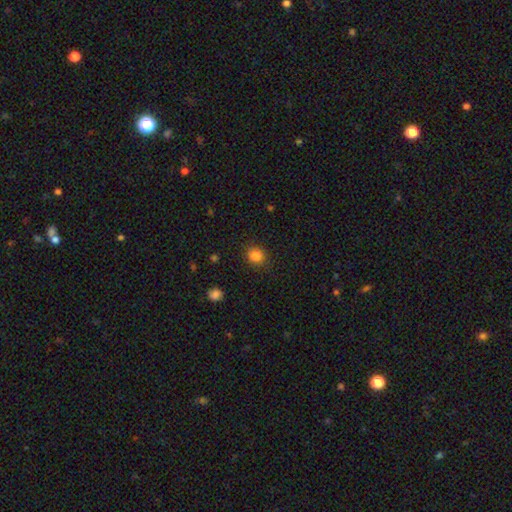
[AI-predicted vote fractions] This appears to be a smooth galaxy with no disk features (85%) that is round (82%). Merging: none (88%).